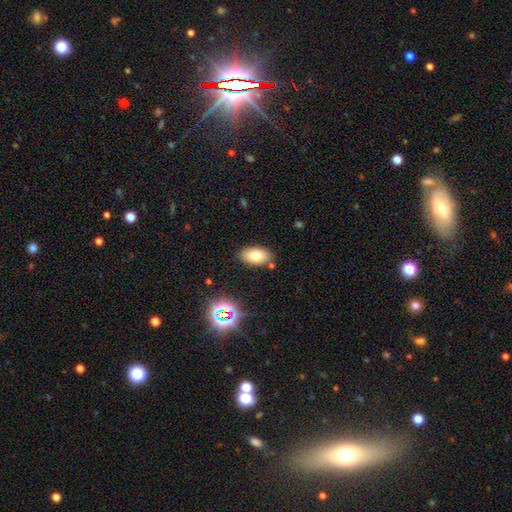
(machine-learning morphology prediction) smooth_or_featured: smooth (p=0.75) [alt: featured or disk p=0.13]
how_rounded: in between (p=0.92) [alt: round p=0.06]
merging: none (p=0.84) [alt: minor disturbance p=0.10]